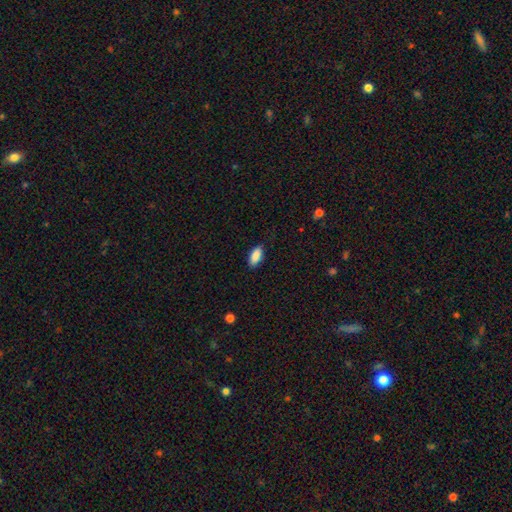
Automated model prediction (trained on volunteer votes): Smooth or featured? smooth (89%)
How rounded? in between (88%)
Merging? none (84%)